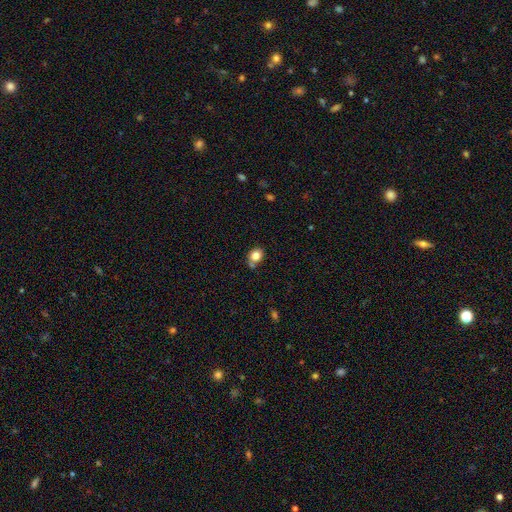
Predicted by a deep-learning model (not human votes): Smooth or featured? Predicted: smooth (p=0.81). How rounded? Predicted: round (p=0.63). Merging? Predicted: none (p=0.64).